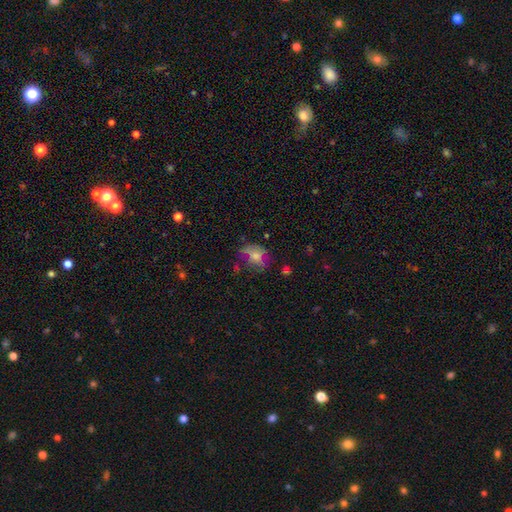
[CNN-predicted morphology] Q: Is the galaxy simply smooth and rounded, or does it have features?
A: smooth — 60%.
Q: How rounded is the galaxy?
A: in between — 54%.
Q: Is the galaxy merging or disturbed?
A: none — 44%.